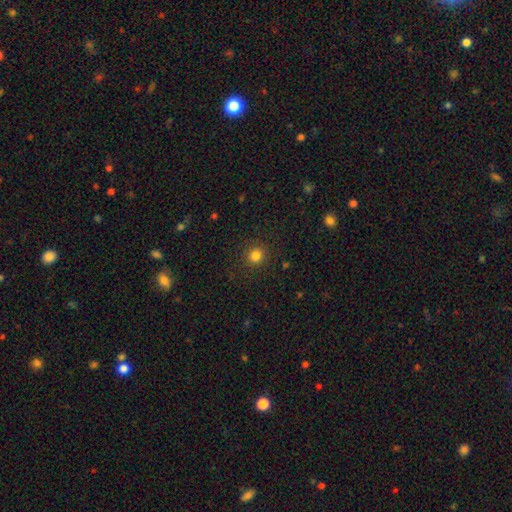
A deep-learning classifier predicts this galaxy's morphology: Smooth or featured: smooth — 82% (star or artifact — 13%)
How rounded: round — 89% (in between — 10%)
Merging: none — 89% (minor disturbance — 7%)